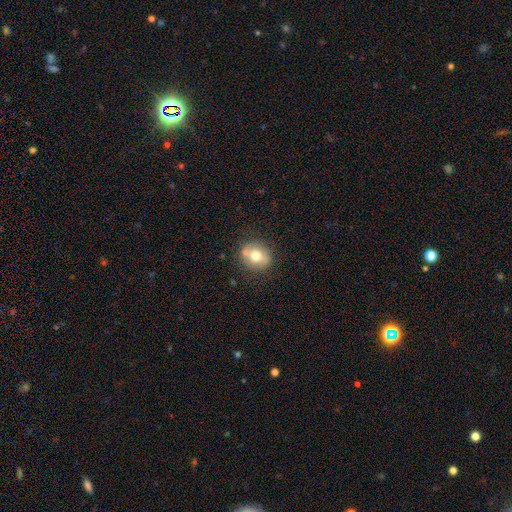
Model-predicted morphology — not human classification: Q: Smooth or featured?
A: smooth (66%); runner-up: featured or disk (24%)
Q: How rounded?
A: round (75%); runner-up: in between (24%)
Q: Merging?
A: none (73%); runner-up: minor disturbance (13%)